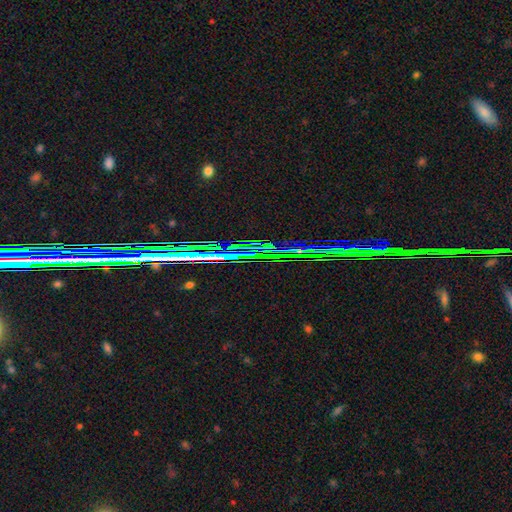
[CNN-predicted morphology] Q: Smooth or featured?
A: star or artifact (79%); runner-up: featured or disk (13%)